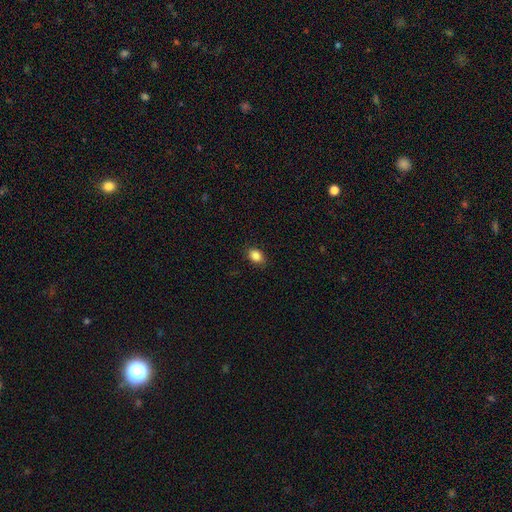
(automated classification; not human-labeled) Q: Smooth or featured?
A: smooth (87%); runner-up: star or artifact (9%)
Q: How rounded?
A: in between (75%); runner-up: round (24%)
Q: Merging?
A: none (86%); runner-up: minor disturbance (11%)